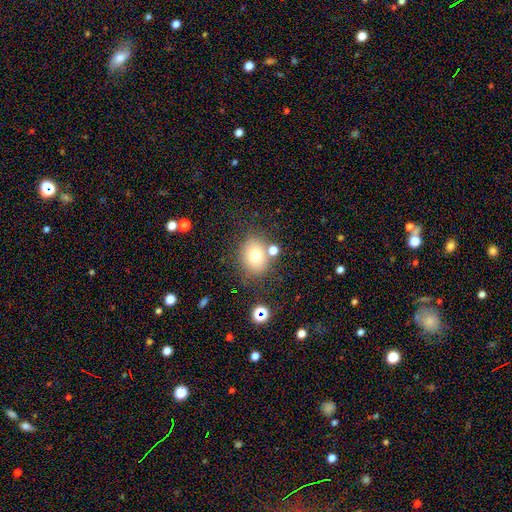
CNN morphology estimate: The model was most divided on "how rounded": round: 55%, in between: 44%, cigar-shaped: 1%. More confident: smooth or featured — smooth (73%); merging — none (72%).